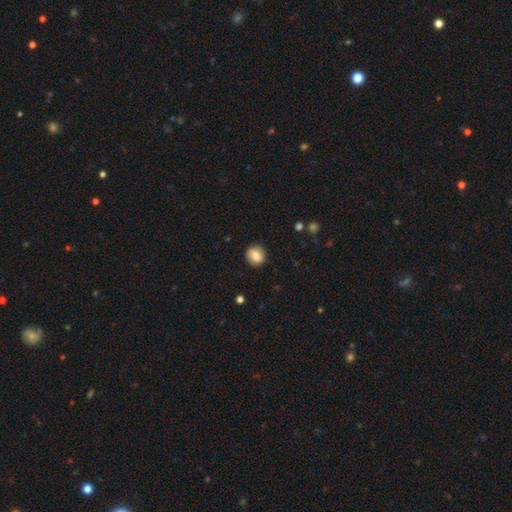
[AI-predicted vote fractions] smooth_or_featured: smooth (p=0.83) [alt: featured or disk p=0.09]
how_rounded: round (p=0.79) [alt: in between p=0.20]
merging: none (p=0.88) [alt: minor disturbance p=0.09]